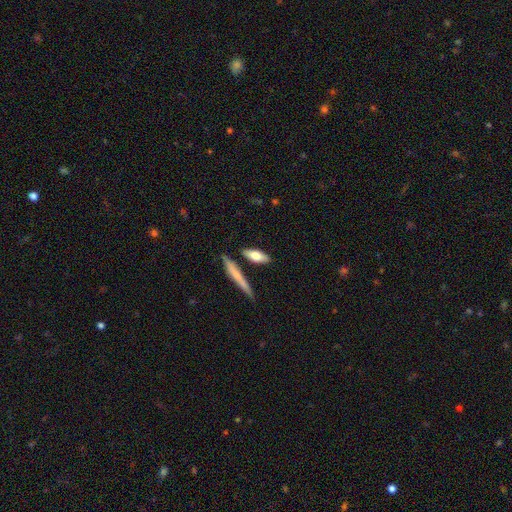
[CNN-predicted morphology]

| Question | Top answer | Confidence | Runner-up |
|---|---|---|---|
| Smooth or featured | smooth | 71% | featured or disk (23%) |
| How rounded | in between | 56% | cigar-shaped (41%) |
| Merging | none | 75% | minor disturbance (13%) |